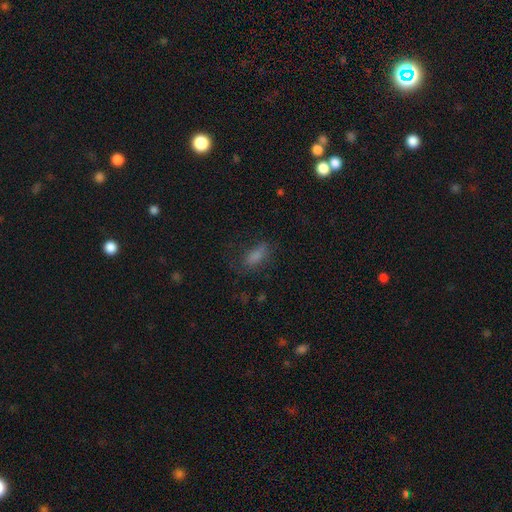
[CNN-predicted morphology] A smooth galaxy with no disk features (67%) that is in between round and cigar-shaped (75%). Merging: none (65%).